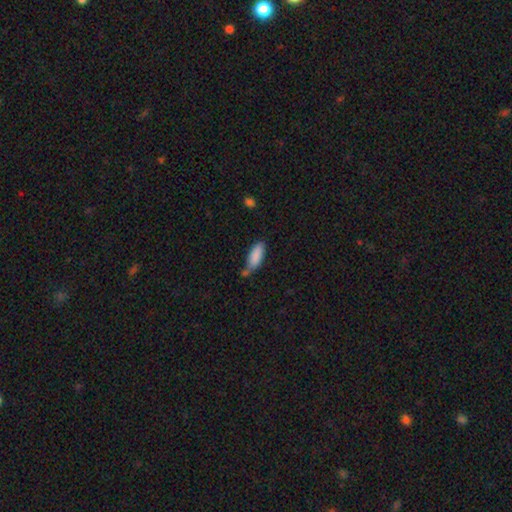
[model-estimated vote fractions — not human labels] smooth 87%, star or artifact 7%, featured or disk 6%. Down the decision tree: how rounded — in between (74%); merging — none (51%).